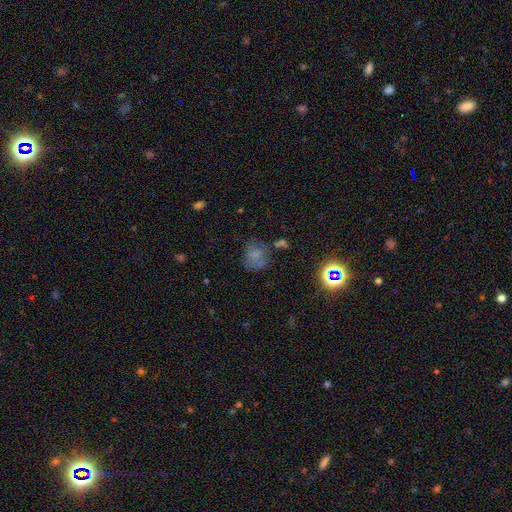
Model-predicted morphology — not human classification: Smooth or featured? smooth (60%)
How rounded? round (57%)
Merging? none (49%)